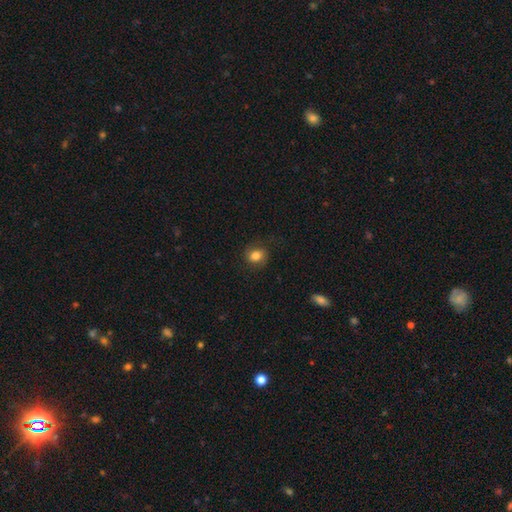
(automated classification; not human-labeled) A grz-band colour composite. It shows a smooth galaxy with no disk features (80%) that is round (60%). Merging: none (78%).